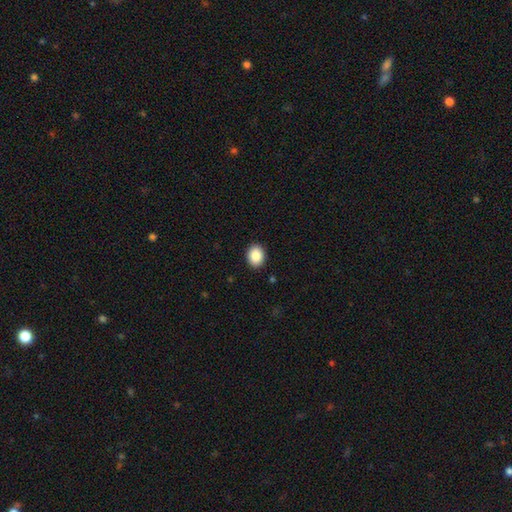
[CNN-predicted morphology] Smooth or featured? Predicted: smooth (p=0.88). How rounded? Predicted: in between (p=0.58). Merging? Predicted: none (p=0.91).